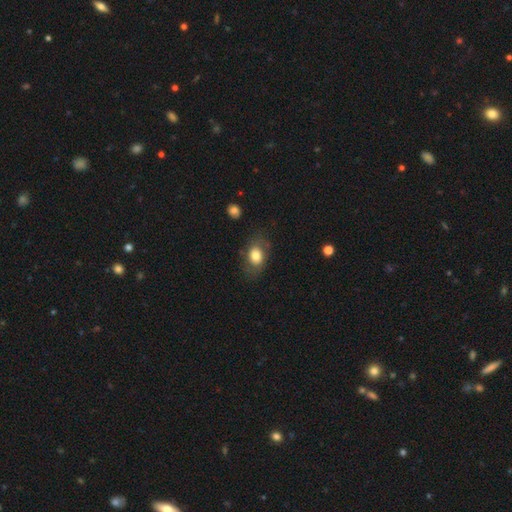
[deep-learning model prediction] Smooth or featured? smooth (73%)
How rounded? in between (68%)
Merging? none (70%)